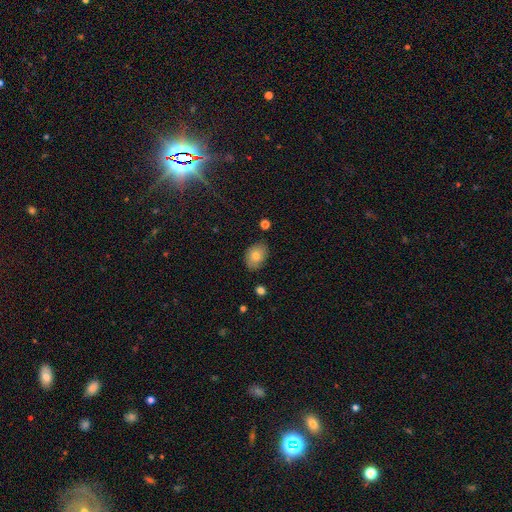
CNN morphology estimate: Q: Smooth or featured?
A: smooth (80%); runner-up: featured or disk (12%)
Q: How rounded?
A: in between (78%); runner-up: round (21%)
Q: Merging?
A: none (82%); runner-up: minor disturbance (14%)